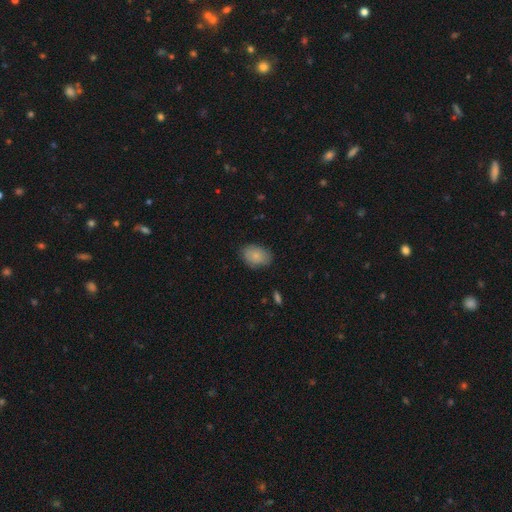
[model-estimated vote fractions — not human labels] Q: Smooth or featured?
A: smooth (83%); runner-up: featured or disk (10%)
Q: How rounded?
A: in between (81%); runner-up: round (18%)
Q: Merging?
A: none (79%); runner-up: minor disturbance (16%)